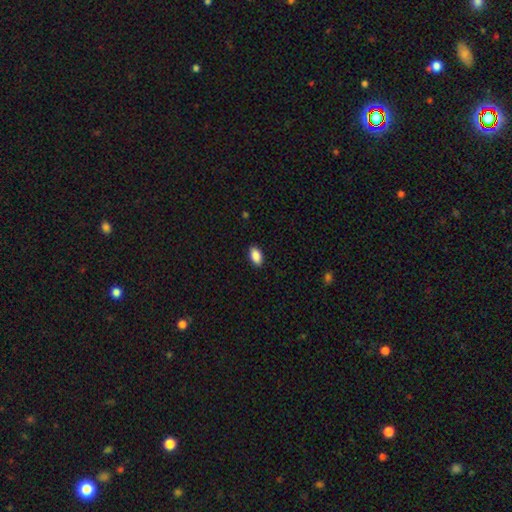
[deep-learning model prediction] This appears to be a smooth galaxy with no disk features (89%) that is in between round and cigar-shaped (93%). Merging: none (89%).